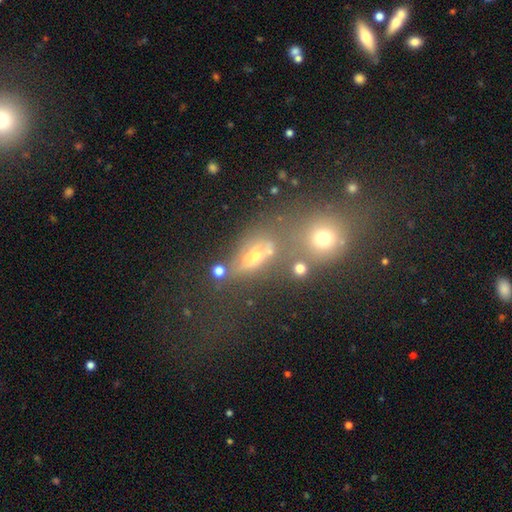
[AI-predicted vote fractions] This is possibly a smooth galaxy (49%). Merging: possibly merger (47%).